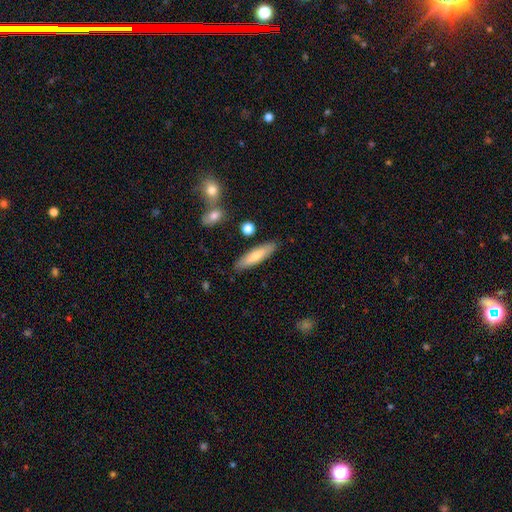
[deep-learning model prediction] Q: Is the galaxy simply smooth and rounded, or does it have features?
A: smooth — 67%.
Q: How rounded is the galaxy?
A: cigar-shaped — 69%.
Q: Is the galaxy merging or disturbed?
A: none — 86%.